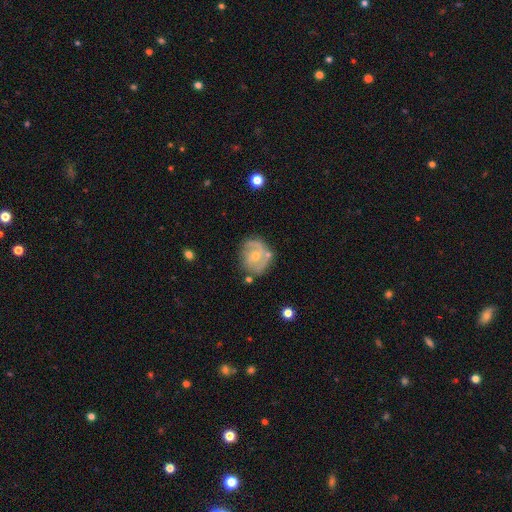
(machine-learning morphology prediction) smooth_or_featured: featured or disk (p=0.73) [alt: smooth p=0.19]
disk_edge_on: no (p=0.97) [alt: yes p=0.03]
bar: no (p=0.65) [alt: weak p=0.29]
has_spiral_arms: yes (p=0.82) [alt: no p=0.18]
spiral_winding: tight (p=0.48) [alt: medium p=0.38]
spiral_arm_count: 2 (p=0.52) [alt: can't tell p=0.25]
bulge_size: small (p=0.53) [alt: moderate p=0.44]
merging: none (p=0.66) [alt: minor disturbance p=0.21]